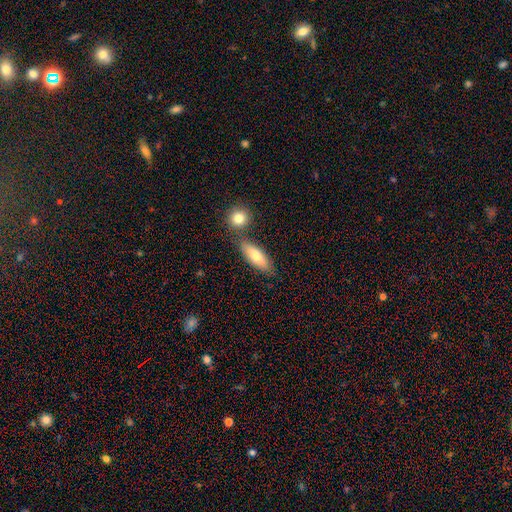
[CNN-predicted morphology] A smooth galaxy with no disk features (75%) that is in between round and cigar-shaped (60%). Merging: none (71%).